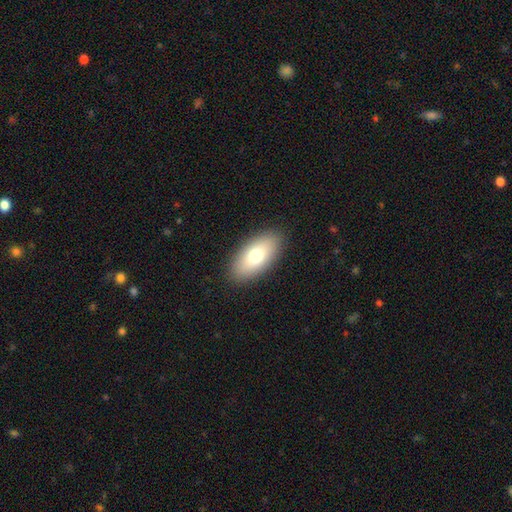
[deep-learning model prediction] Smooth or featured? smooth (73%)
How rounded? in between (91%)
Merging? none (89%)